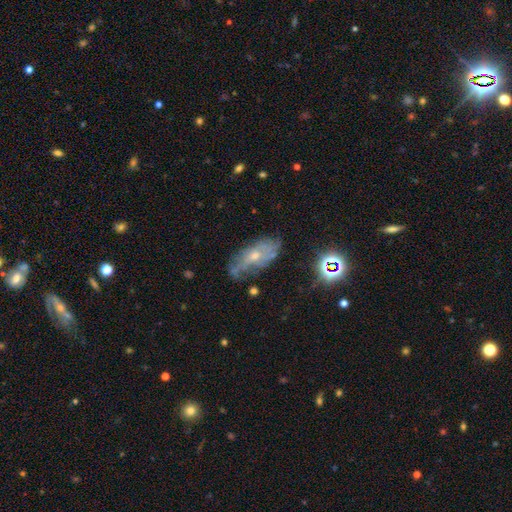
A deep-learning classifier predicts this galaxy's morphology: Smooth or featured?
  - featured or disk: 55% *
  - smooth: 29%
  - star or artifact: 16%
Edge-on disk?
  - no: 86% *
  - yes: 14%
Merging?
  - none: 54% *
  - minor disturbance: 29%
  - major disturbance: 14%
  - merger: 4%